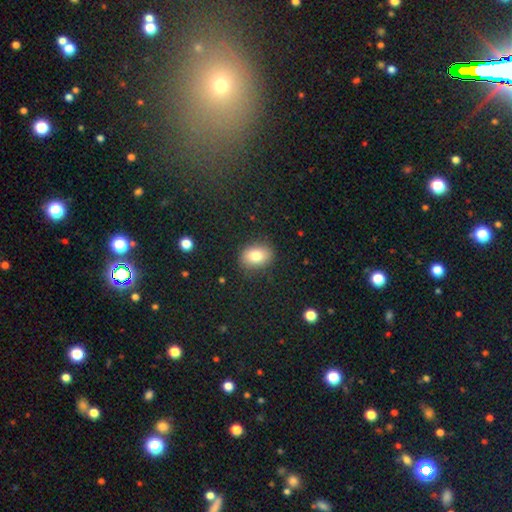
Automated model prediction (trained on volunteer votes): Smooth or featured? smooth (81%)
How rounded? in between (69%)
Merging? none (85%)